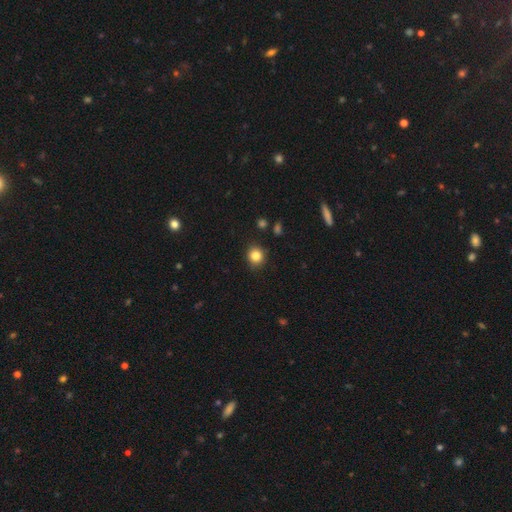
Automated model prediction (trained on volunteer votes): smooth 84%, star or artifact 11%, featured or disk 5%. Down the decision tree: how rounded — round (85%); merging — none (88%).